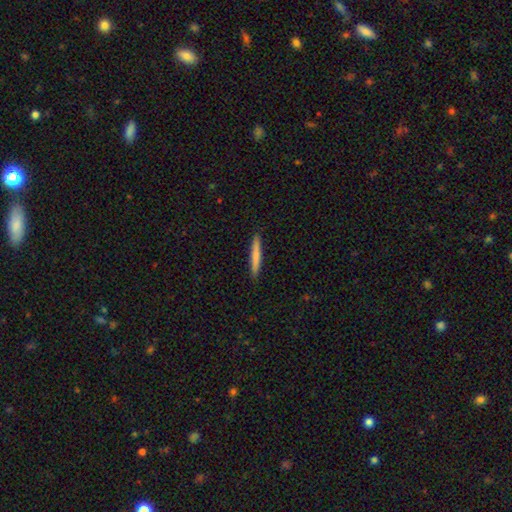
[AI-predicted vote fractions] Smooth or featured: smooth — 74% (featured or disk — 20%)
How rounded: cigar-shaped — 95% (in between — 4%)
Merging: none — 91% (minor disturbance — 6%)